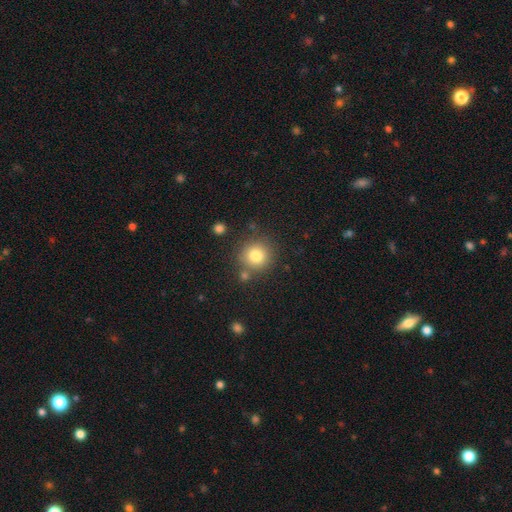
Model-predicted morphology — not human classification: Smooth or featured? smooth (80%)
How rounded? round (92%)
Merging? none (78%)